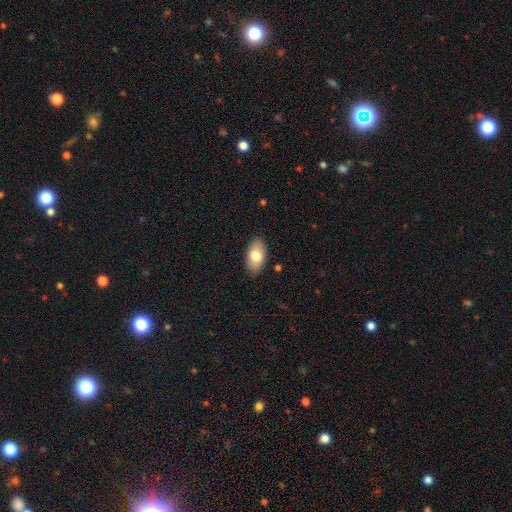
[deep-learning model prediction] Smooth or featured? Predicted: smooth (p=0.76). How rounded? Predicted: in between (p=0.94). Merging? Predicted: none (p=0.87).